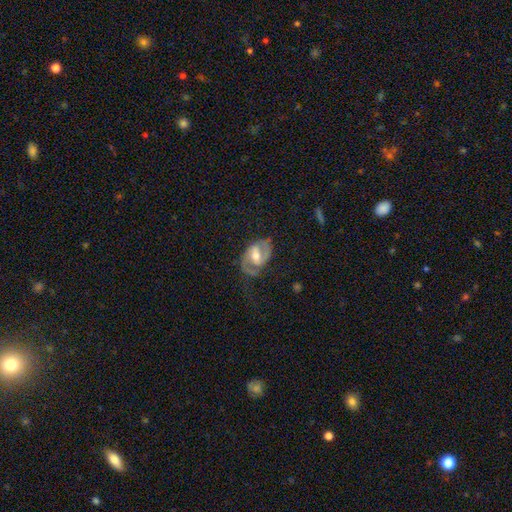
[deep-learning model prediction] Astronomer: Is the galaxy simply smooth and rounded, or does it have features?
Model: featured or disk — 79%.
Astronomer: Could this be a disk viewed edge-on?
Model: no — 96%.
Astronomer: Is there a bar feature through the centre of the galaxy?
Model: weak — 48% (runner-up: strong, 32%).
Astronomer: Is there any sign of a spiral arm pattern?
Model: yes — 89%.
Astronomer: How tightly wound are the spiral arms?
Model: medium — 51%.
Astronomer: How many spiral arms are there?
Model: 2 — 86%.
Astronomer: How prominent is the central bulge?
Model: moderate — 69%.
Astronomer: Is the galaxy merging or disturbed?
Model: none — 65%.